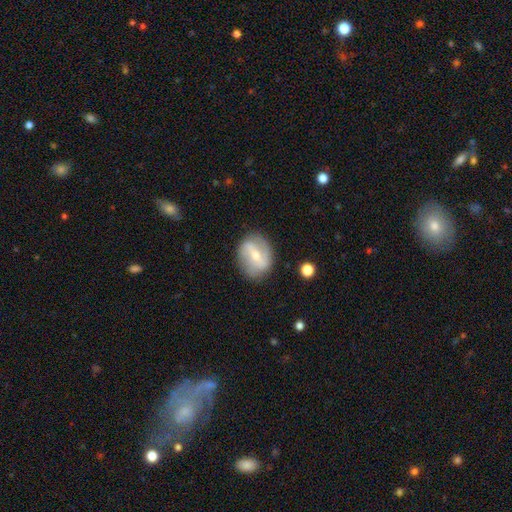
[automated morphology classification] smooth_or_featured: featured or disk (p=0.66) [alt: smooth p=0.27]
disk_edge_on: no (p=0.95) [alt: yes p=0.05]
bar: strong (p=0.41) [alt: weak p=0.39]
has_spiral_arms: yes (p=0.75) [alt: no p=0.25]
bulge_size: small (p=0.55) [alt: moderate p=0.41]
merging: none (p=0.78) [alt: minor disturbance p=0.15]